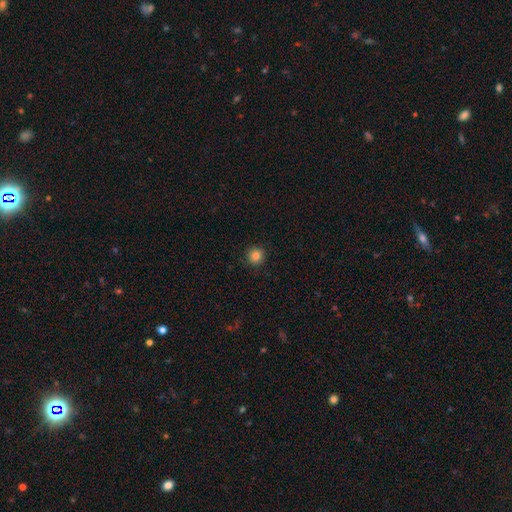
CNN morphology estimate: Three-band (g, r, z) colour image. It shows a smooth galaxy with no disk features (84%) that is round (95%). Merging: none (92%).